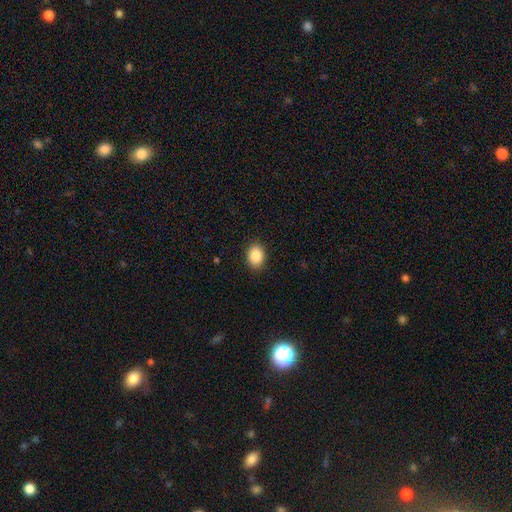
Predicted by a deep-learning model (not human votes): The model was most divided on "how rounded": in between: 72%, round: 27%, cigar-shaped: 1%. More confident: merging — none (89%); smooth or featured — smooth (87%).